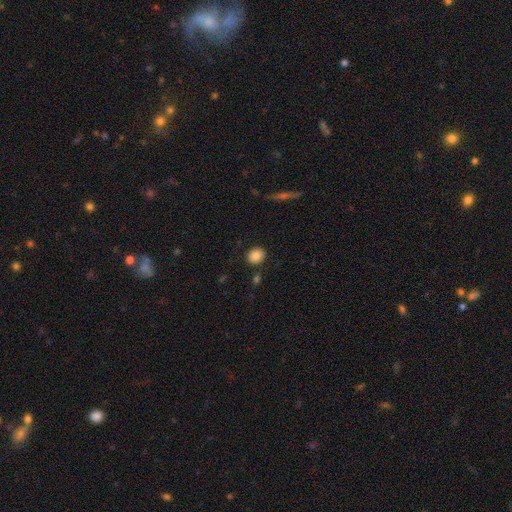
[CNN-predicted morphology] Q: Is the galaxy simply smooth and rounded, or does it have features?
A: smooth — 85%.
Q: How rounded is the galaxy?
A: round — 74%.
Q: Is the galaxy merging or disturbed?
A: none — 87%.